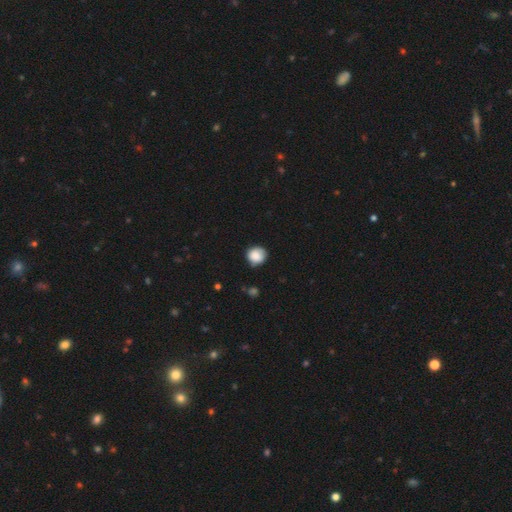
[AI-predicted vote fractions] The model was most divided on "merging": none: 73%, minor disturbance: 21%, major disturbance: 4%, merger: 2%. More confident: how rounded — round (85%); smooth or featured — smooth (84%).